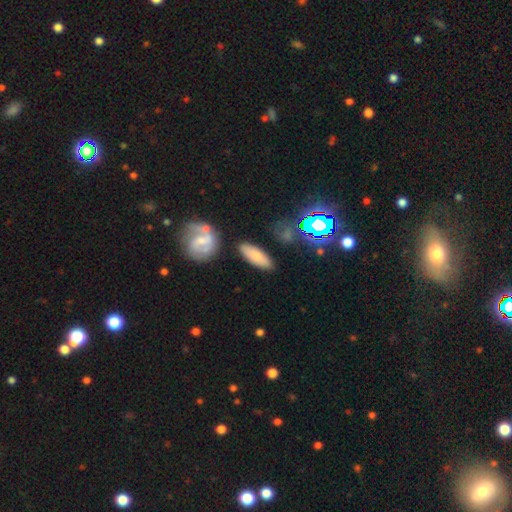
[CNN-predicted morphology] smooth-or-featured: smooth: 75% | featured or disk: 16% | star or artifact: 9%
  how-rounded: in between: 69% | cigar-shaped: 28% | round: 3%
  merging: none: 80% | minor disturbance: 12% | merger: 5% | major disturbance: 3%